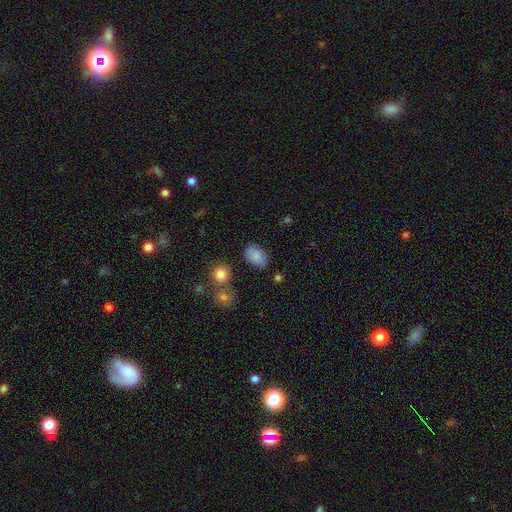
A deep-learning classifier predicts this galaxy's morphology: Smooth or featured: smooth — 84% (star or artifact — 8%)
How rounded: in between — 83% (round — 15%)
Merging: none — 76% (minor disturbance — 16%)